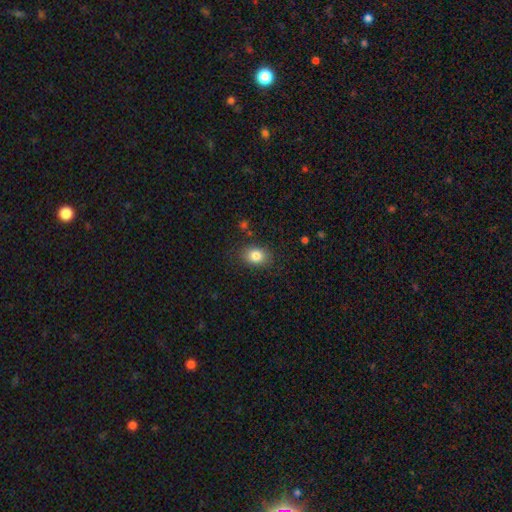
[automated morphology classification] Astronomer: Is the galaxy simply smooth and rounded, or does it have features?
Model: smooth — 82%.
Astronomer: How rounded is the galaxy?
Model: in between — 63%.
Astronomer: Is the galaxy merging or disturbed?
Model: none — 84%.